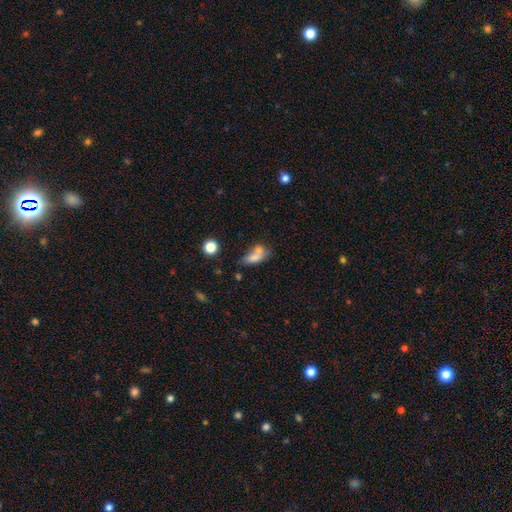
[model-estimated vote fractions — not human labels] This is likely a smooth galaxy (70%). How rounded: likely in between (77%). Merging: possibly merger (47%).